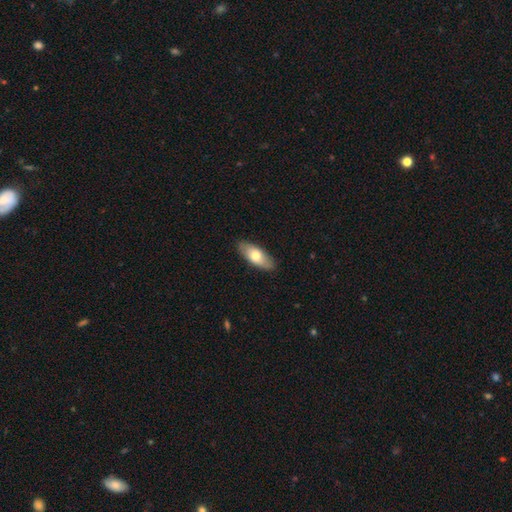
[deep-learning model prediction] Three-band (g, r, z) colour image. It shows a smooth galaxy with no disk features (70%) that is in between round and cigar-shaped (81%). Merging: none (87%).